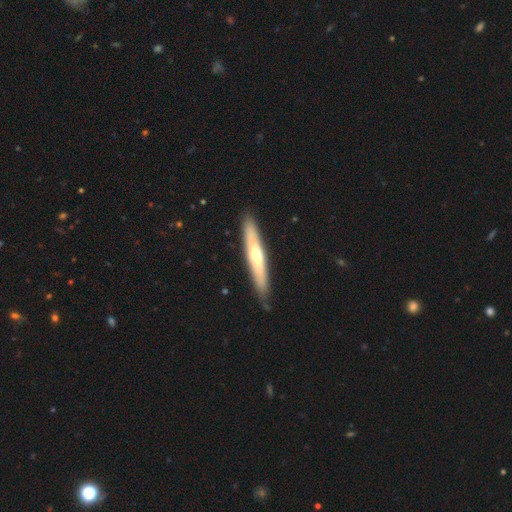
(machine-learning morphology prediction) type=featured or disk (54%); edge-on=yes (86%); merging=none (87%).